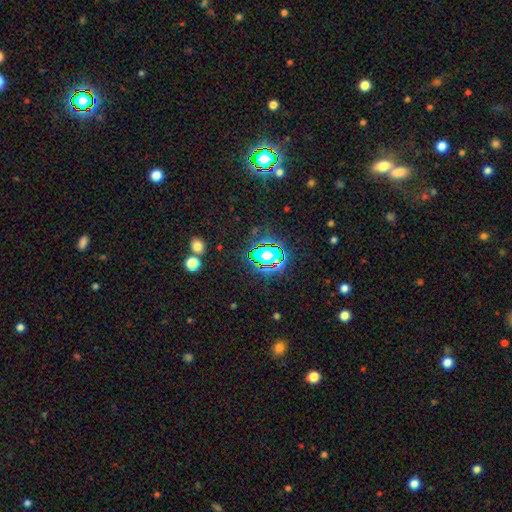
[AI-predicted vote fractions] A star or artifact, not a galaxy (80%).